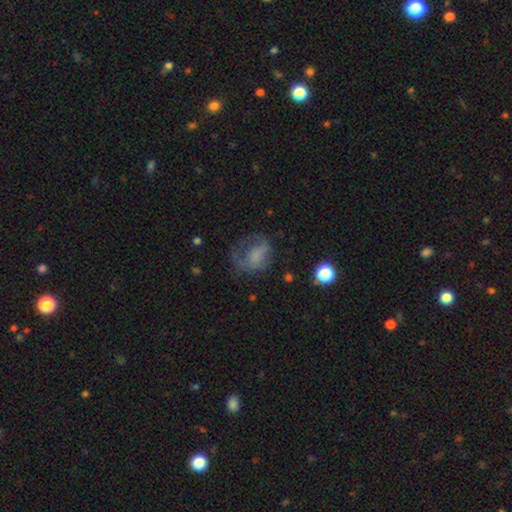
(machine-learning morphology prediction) smooth-or-featured: smooth: 53% | featured or disk: 34% | star or artifact: 14%
  how-rounded: in between: 56% | round: 42% | cigar-shaped: 2%
  merging: major disturbance: 41% | none: 34% | minor disturbance: 23% | merger: 2%